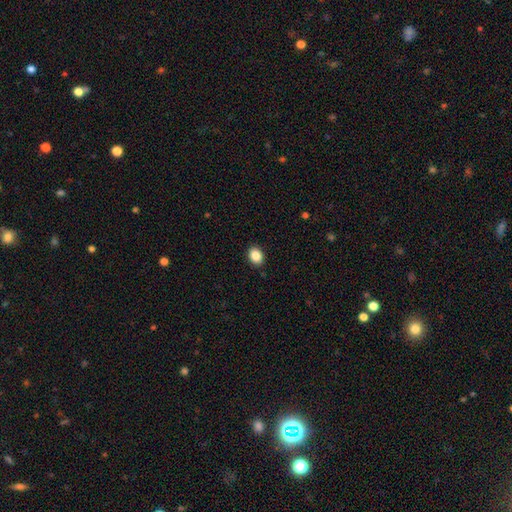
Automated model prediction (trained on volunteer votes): The model was most divided on "how rounded": in between: 58%, round: 41%, cigar-shaped: 1%. More confident: merging — none (91%); smooth or featured — smooth (87%).